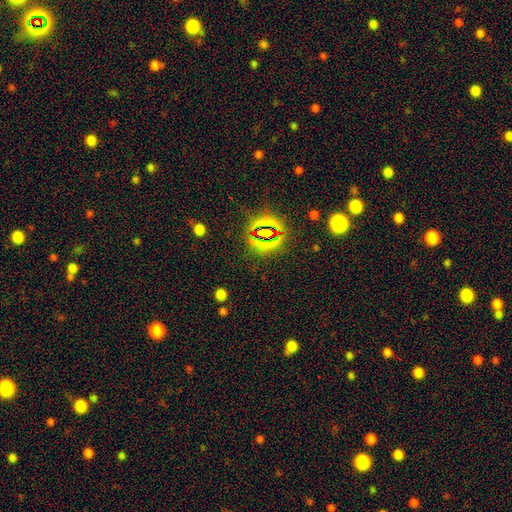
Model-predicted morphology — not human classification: Overall: star or artifact (79%).